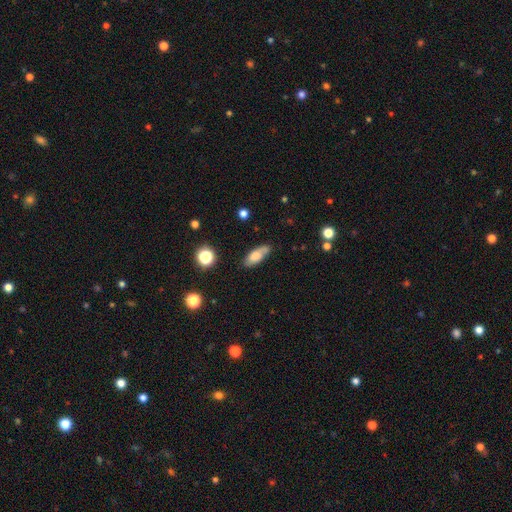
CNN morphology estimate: Smooth or featured: smooth — 70% (featured or disk — 21%)
How rounded: in between — 75% (cigar-shaped — 21%)
Merging: none — 71% (minor disturbance — 20%)